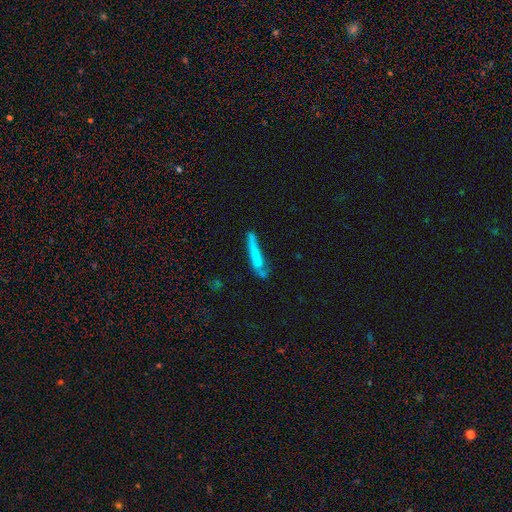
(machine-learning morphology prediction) A smooth galaxy with no disk features (60%) that is cigar-shaped (91%). Merging: none (52%).